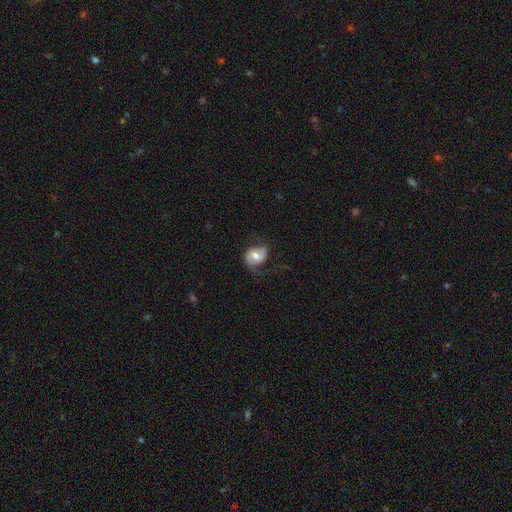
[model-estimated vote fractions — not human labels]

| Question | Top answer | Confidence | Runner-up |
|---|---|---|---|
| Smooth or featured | featured or disk | 64% | smooth (30%) |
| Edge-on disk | no | 97% | yes (3%) |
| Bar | no | 51% | weak (35%) |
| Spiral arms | yes | 87% | no (13%) |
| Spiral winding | loose | 43% | medium (39%) |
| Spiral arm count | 2 | 78% | 1 (13%) |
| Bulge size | moderate | 71% | small (17%) |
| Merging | none | 58% | minor disturbance (22%) |